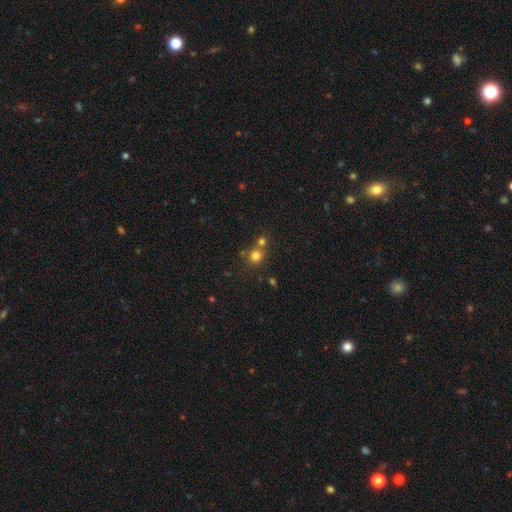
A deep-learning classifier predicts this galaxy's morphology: Smooth or featured? smooth (76%)
How rounded? round (86%)
Merging? none (57%)